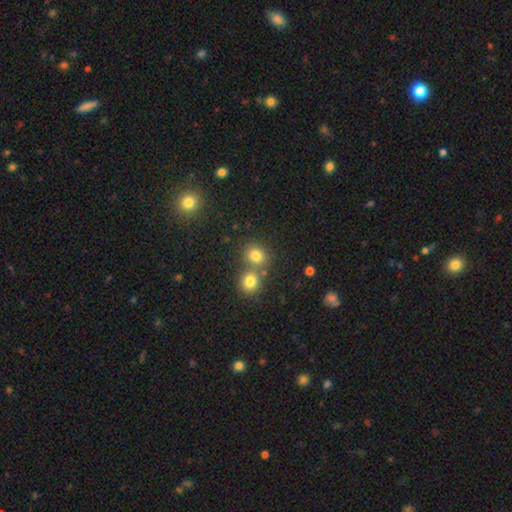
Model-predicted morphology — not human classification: smooth-or-featured: smooth: 79% | star or artifact: 14% | featured or disk: 7%
  how-rounded: round: 78% | in between: 21% | cigar-shaped: 1%
  merging: none: 56% | merger: 33% | minor disturbance: 7% | major disturbance: 3%